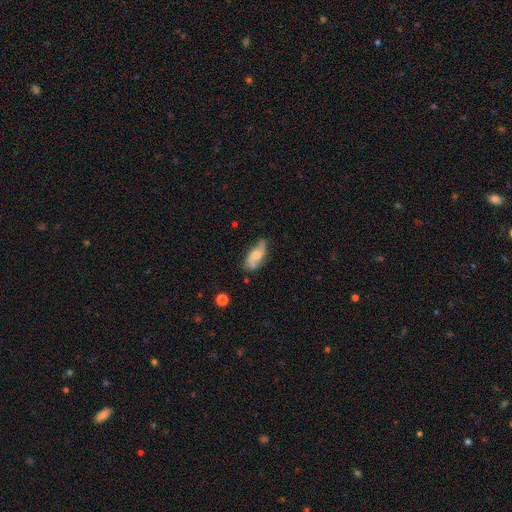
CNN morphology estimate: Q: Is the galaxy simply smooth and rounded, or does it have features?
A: featured or disk — 57%.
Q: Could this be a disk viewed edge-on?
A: no — 88%.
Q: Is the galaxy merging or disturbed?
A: none — 65%.